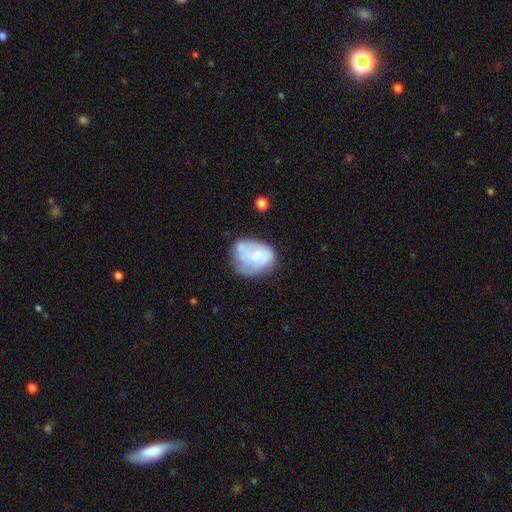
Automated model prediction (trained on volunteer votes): A featured or disk galaxy (47%).

Vote fractions:
- Smooth or featured? featured or disk: 47% / smooth: 45% / star or artifact: 8%
- Merging? none: 45% / minor disturbance: 31% / major disturbance: 17% / merger: 7%